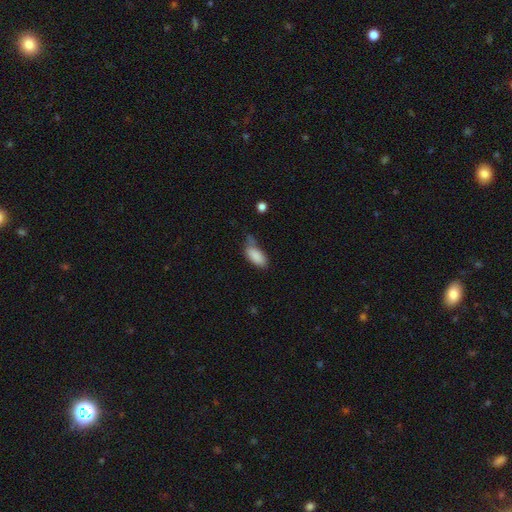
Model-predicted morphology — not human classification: A smooth galaxy with no disk features (87%) that is in between round and cigar-shaped (91%).

Vote fractions:
- Smooth or featured? smooth: 87% / star or artifact: 7% / featured or disk: 6%
- How rounded? in between: 91% / cigar-shaped: 6% / round: 3%
- Merging? none: 45% / minor disturbance: 35% / major disturbance: 12% / merger: 8%